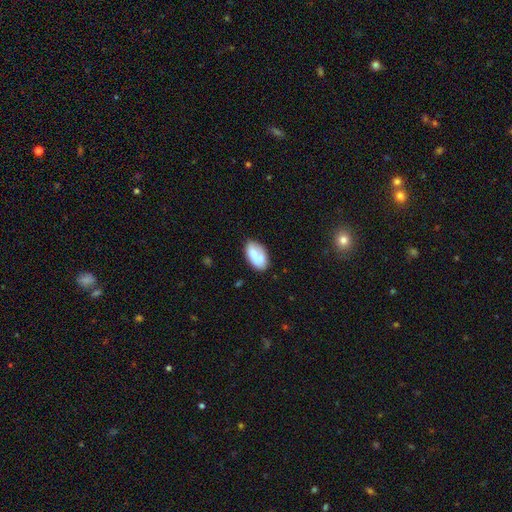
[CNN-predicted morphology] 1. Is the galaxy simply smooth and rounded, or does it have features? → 65% smooth, 28% featured or disk, 7% star or artifact.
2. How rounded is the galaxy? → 93% in between, 5% round, 2% cigar-shaped.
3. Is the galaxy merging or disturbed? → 50% none, 24% merger, 20% minor disturbance, 6% major disturbance.